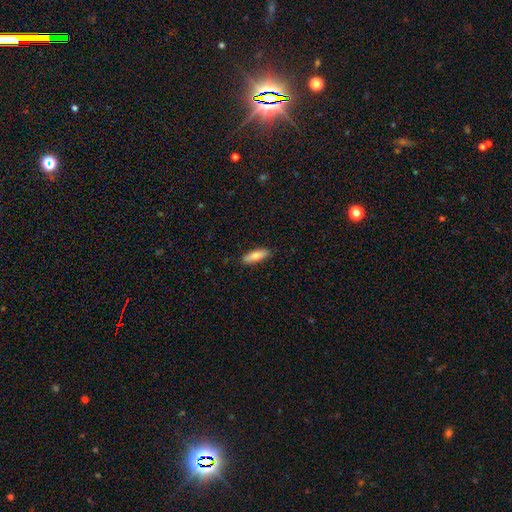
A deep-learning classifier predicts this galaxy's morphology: A smooth galaxy with no disk features (79%) that is cigar-shaped (54%). Merging: none (88%).